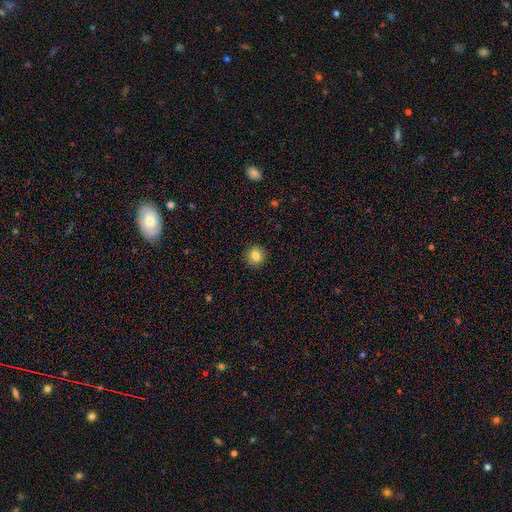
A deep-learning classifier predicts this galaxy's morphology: A smooth galaxy with no disk features (84%) that is round (90%). Merging: none (92%).